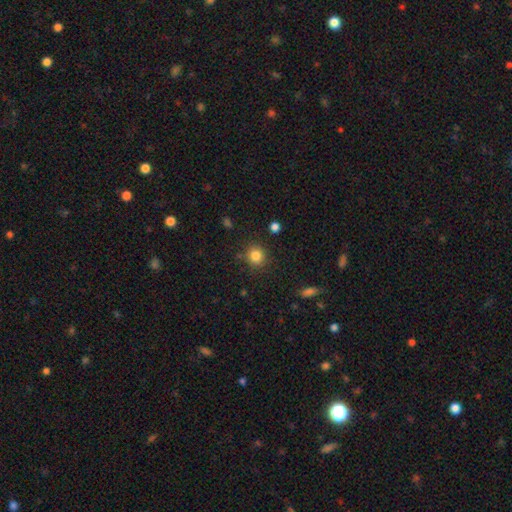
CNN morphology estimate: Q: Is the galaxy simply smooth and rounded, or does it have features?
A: smooth — 83%.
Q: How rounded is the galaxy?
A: round — 89%.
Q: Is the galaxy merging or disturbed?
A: none — 84%.